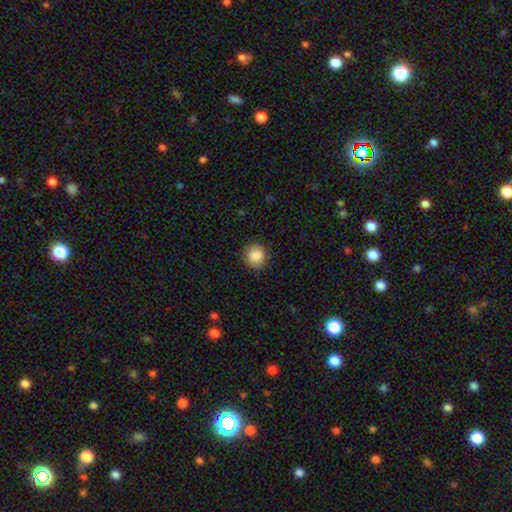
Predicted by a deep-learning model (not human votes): Smooth or featured?
  - smooth: 88% *
  - star or artifact: 9%
  - featured or disk: 4%
How rounded?
  - round: 90% *
  - in between: 9%
  - cigar-shaped: 1%
Merging?
  - none: 87% *
  - minor disturbance: 10%
  - major disturbance: 2%
  - merger: 1%